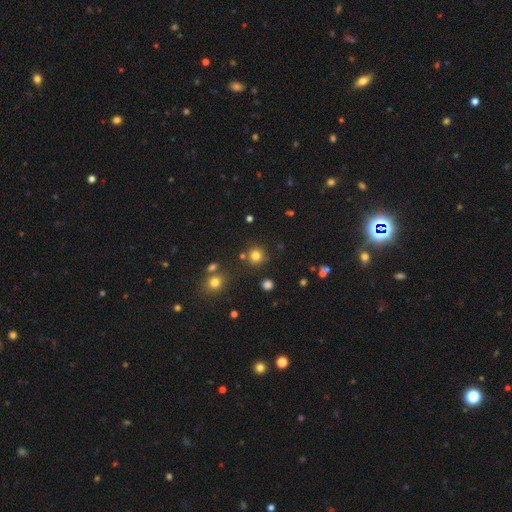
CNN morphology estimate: This appears to be a smooth galaxy with no disk features (79%) that is round (94%). Merging: none (84%).